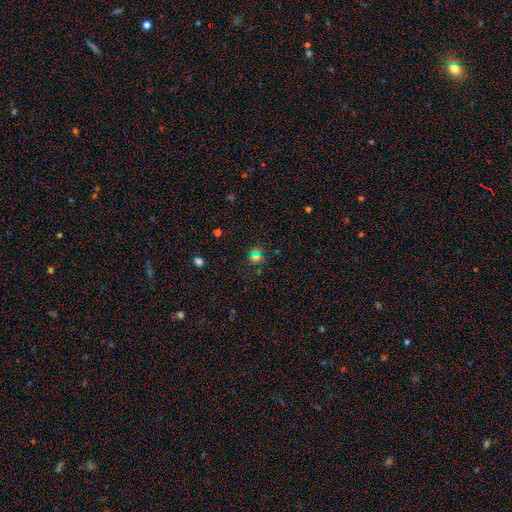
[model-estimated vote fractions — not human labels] Smooth or featured? Predicted: smooth (p=0.50). Merging? Predicted: none (p=0.81).